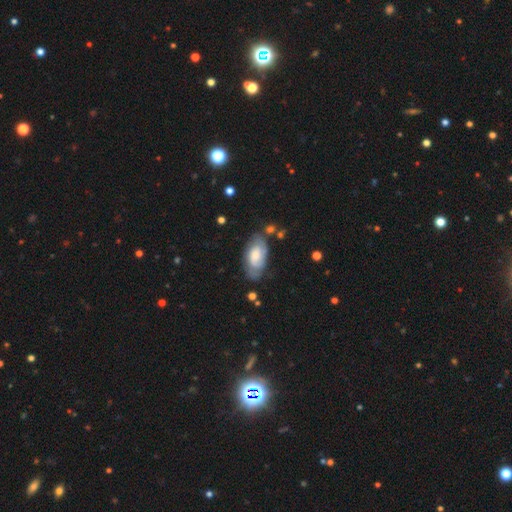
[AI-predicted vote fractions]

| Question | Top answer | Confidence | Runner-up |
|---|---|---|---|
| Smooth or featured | featured or disk | 62% | smooth (31%) |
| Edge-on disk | no | 94% | yes (6%) |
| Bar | no | 60% | weak (34%) |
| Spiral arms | yes | 88% | no (12%) |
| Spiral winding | tight | 51% | medium (37%) |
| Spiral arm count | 2 | 60% | can't tell (25%) |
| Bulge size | moderate | 37% | small (25%) |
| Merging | none | 66% | minor disturbance (22%) |